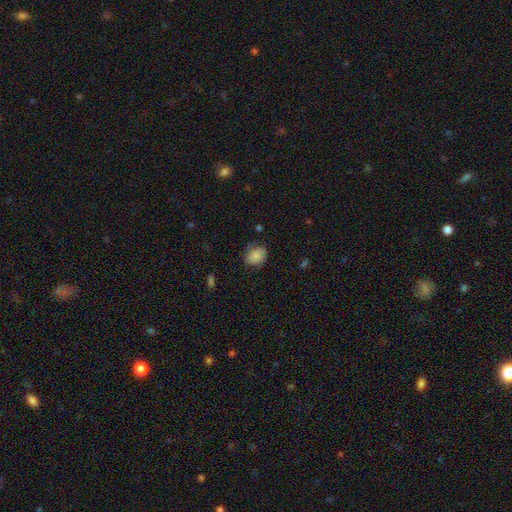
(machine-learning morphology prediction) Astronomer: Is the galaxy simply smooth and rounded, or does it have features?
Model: smooth — 79%.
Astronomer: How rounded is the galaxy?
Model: round — 51% (runner-up: in between, 48%).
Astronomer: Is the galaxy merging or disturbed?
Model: none — 66%.